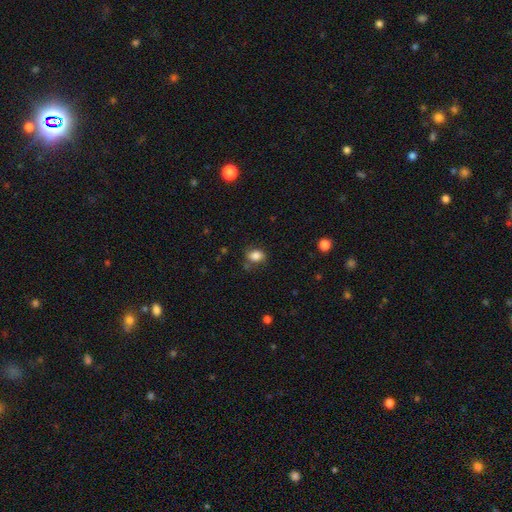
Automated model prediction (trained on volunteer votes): smooth 83%, star or artifact 10%, featured or disk 7%. Down the decision tree: how rounded — in between (66%); merging — none (72%).